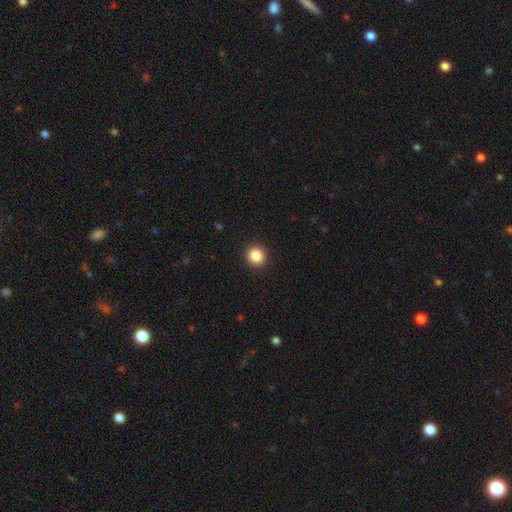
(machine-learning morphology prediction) type=smooth (86%); roundness=round (93%); merging=none (93%).